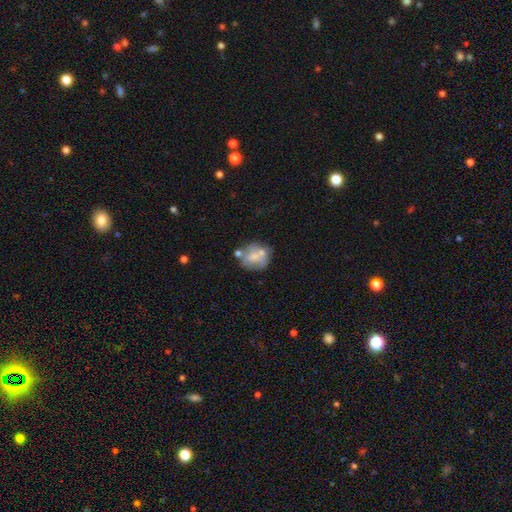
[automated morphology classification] Smooth or featured? Predicted: smooth (p=0.54). How rounded? Predicted: round (p=0.74). Merging? Predicted: none (p=0.47).